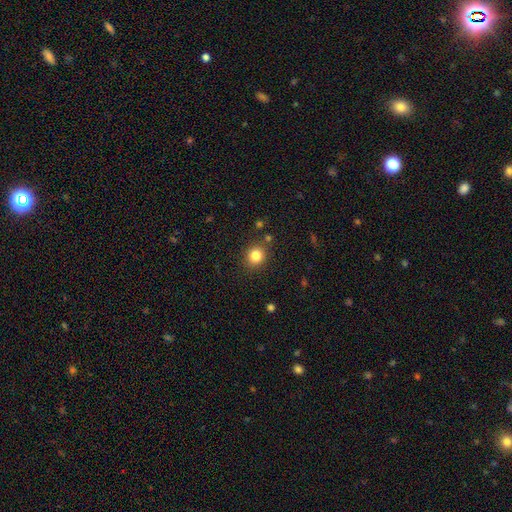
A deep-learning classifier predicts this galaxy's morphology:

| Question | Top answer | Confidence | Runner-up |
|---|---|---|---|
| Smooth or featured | smooth | 83% | star or artifact (11%) |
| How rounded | round | 81% | in between (18%) |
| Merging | none | 85% | minor disturbance (9%) |